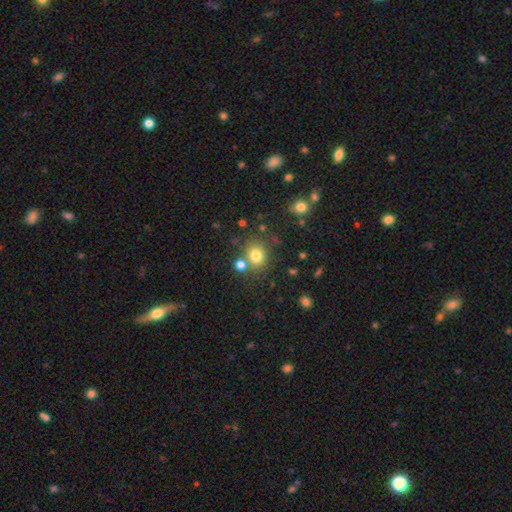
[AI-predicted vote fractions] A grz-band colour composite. It shows a smooth galaxy with no disk features (78%) that is round (73%). Merging: none (68%).